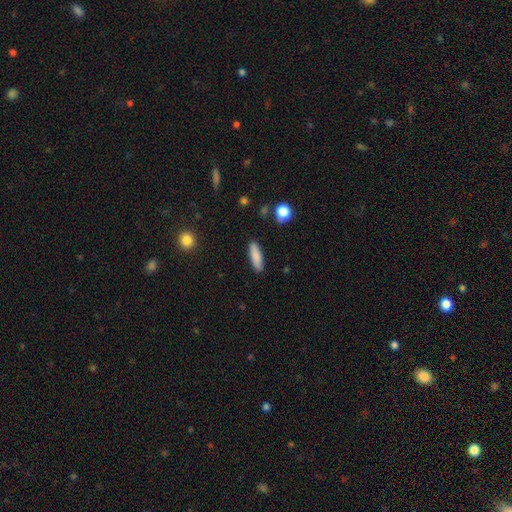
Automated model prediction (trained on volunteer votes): Overall: smooth (86%). How rounded: cigar-shaped (58%; in between 40%). Merging: none (89%).